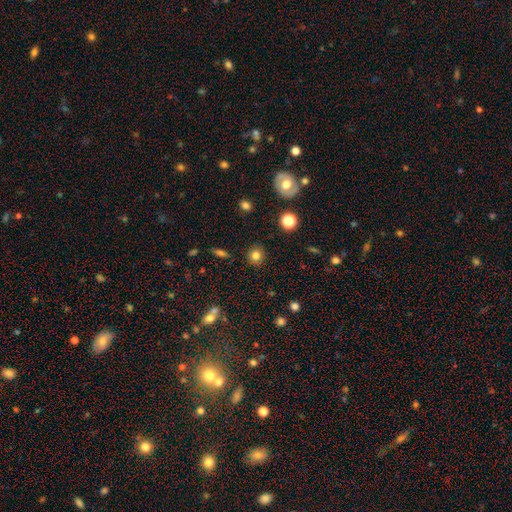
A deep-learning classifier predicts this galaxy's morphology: type=smooth (81%); roundness=round (90%); merging=none (90%).